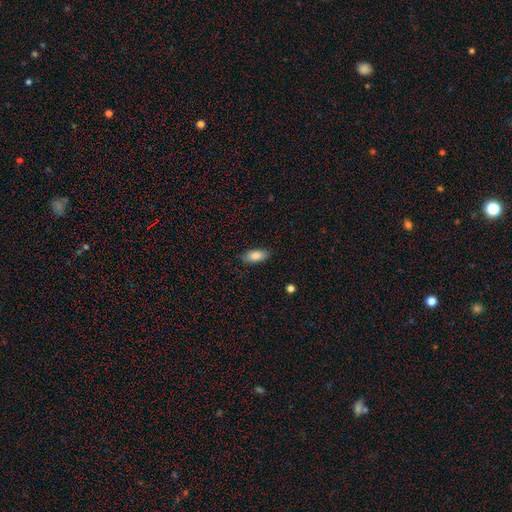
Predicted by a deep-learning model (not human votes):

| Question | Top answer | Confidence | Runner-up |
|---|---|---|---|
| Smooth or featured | smooth | 85% | featured or disk (8%) |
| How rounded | in between | 89% | cigar-shaped (9%) |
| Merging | none | 83% | minor disturbance (13%) |